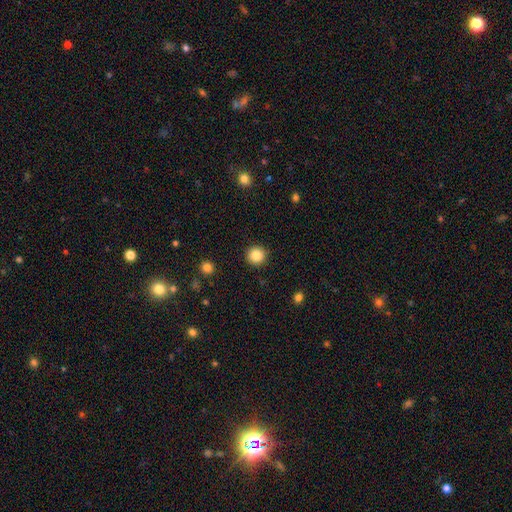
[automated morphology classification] The model was most divided on "smooth or featured": smooth: 86%, star or artifact: 10%, featured or disk: 4%. More confident: how rounded — round (94%); merging — none (92%).